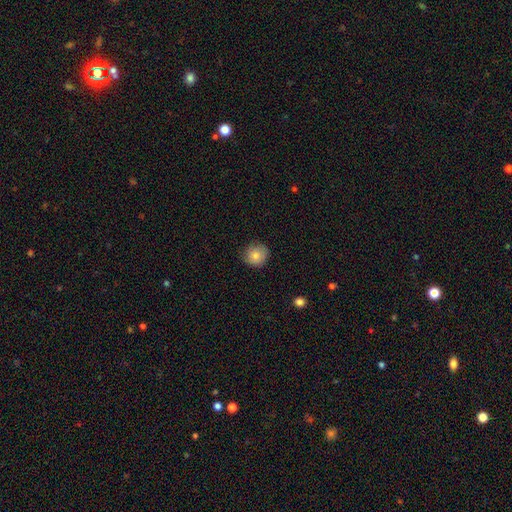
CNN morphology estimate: A smooth galaxy with no disk features (79%) that is round (90%). Merging: none (80%).